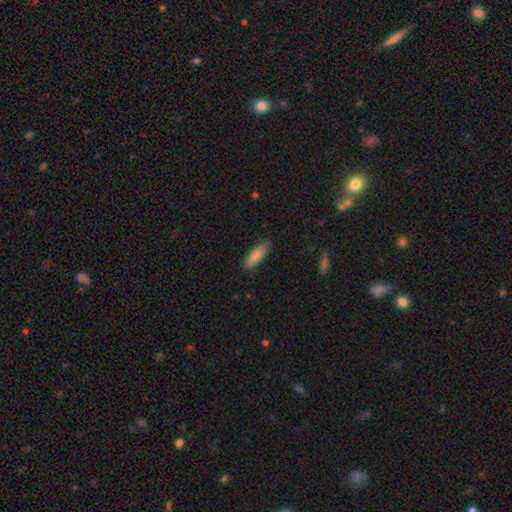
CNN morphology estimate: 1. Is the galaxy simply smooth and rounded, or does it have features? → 84% smooth, 10% featured or disk, 6% star or artifact.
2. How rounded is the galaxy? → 51% cigar-shaped, 47% in between, 2% round.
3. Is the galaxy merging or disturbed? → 81% none, 15% minor disturbance, 2% major disturbance, 1% merger.